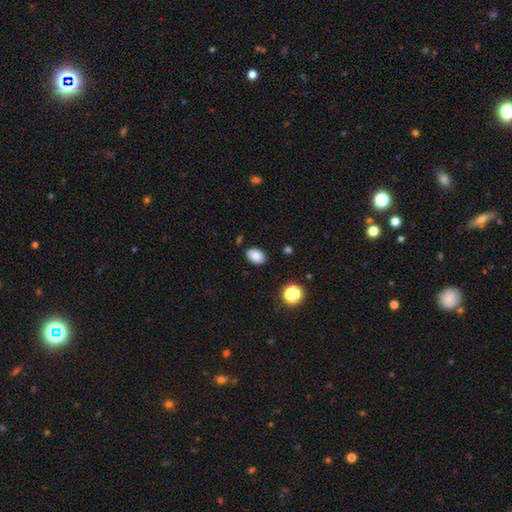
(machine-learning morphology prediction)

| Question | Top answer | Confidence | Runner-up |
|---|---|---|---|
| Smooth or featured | smooth | 82% | star or artifact (10%) |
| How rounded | in between | 86% | round (13%) |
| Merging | none | 86% | minor disturbance (10%) |